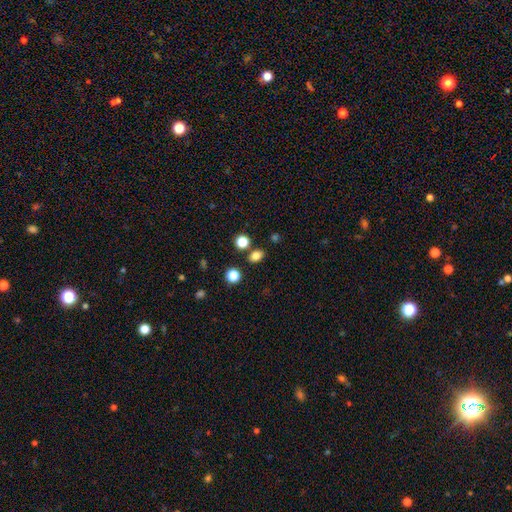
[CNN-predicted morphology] Smooth or featured? smooth (81%)
How rounded? in between (66%)
Merging? none (81%)